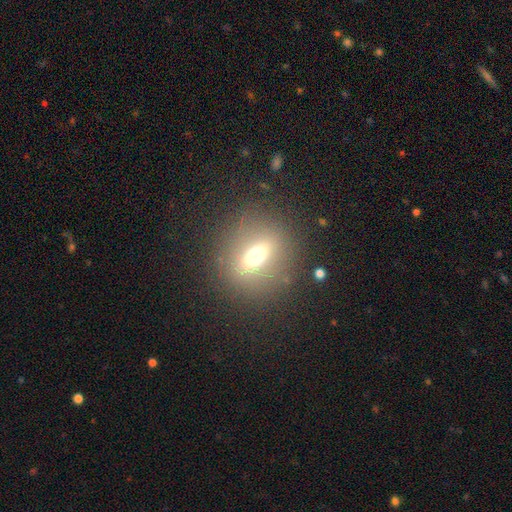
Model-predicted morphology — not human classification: smooth-or-featured: smooth: 53% | featured or disk: 32% | star or artifact: 15%
  how-rounded: round: 47% | in between: 44% | cigar-shaped: 9%
  merging: none: 83% | minor disturbance: 9% | major disturbance: 6% | merger: 2%